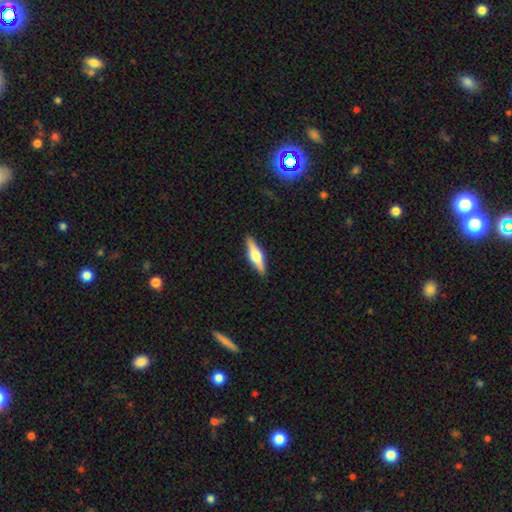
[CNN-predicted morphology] This appears to be a featured or disk galaxy (63%) viewed edge-on (97%) with a rounded central bulge (93%). Merging: none (90%).